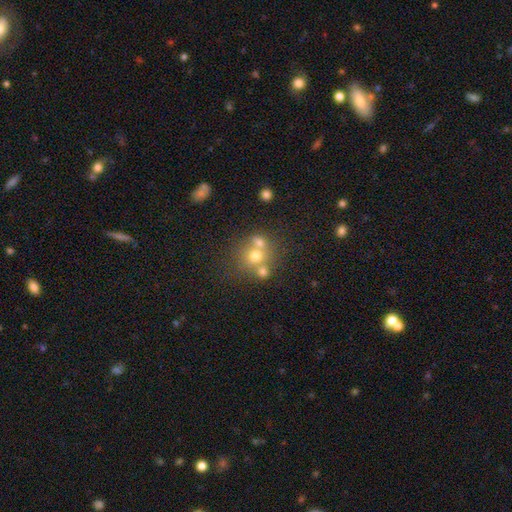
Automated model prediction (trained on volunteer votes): Smooth or featured? Predicted: smooth (p=0.65). How rounded? Predicted: round (p=0.83). Merging? Predicted: none (p=0.45).